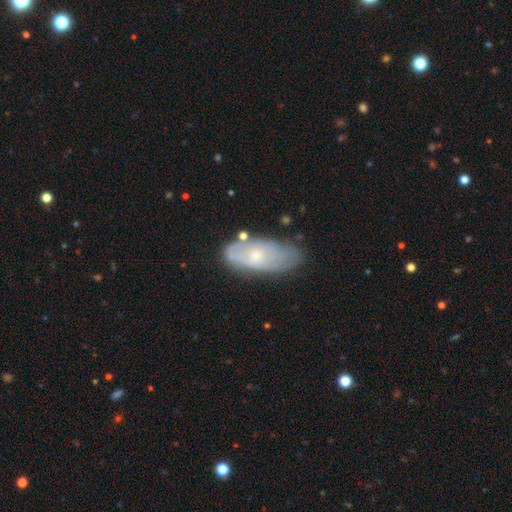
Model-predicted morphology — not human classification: This appears to be a featured or disk galaxy (51%). Merging: none (63%).